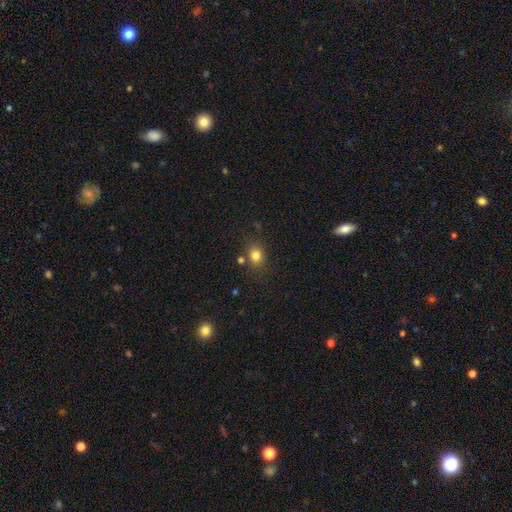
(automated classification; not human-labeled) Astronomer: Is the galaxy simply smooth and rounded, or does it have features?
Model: smooth — 80%.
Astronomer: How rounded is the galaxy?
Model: round — 60% (runner-up: in between, 39%).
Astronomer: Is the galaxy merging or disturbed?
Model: none — 77%.